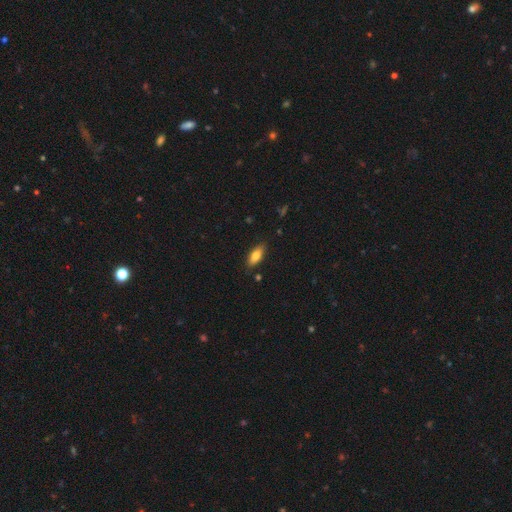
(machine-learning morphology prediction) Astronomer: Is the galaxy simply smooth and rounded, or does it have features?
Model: smooth — 78%.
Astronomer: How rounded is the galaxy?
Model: in between — 80%.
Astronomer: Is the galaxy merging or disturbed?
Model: none — 85%.